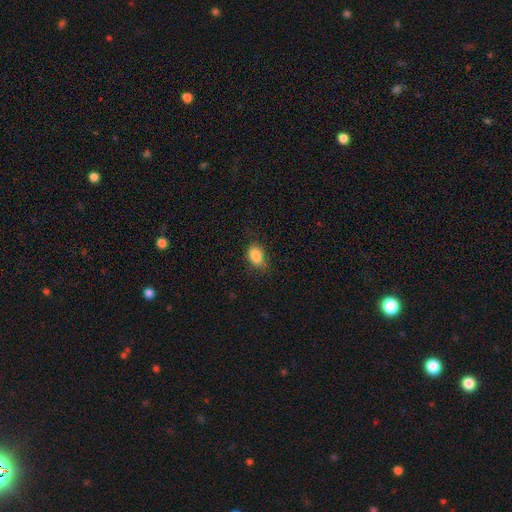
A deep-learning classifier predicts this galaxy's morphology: type=smooth (87%); roundness=in between (78%); merging=none (76%).